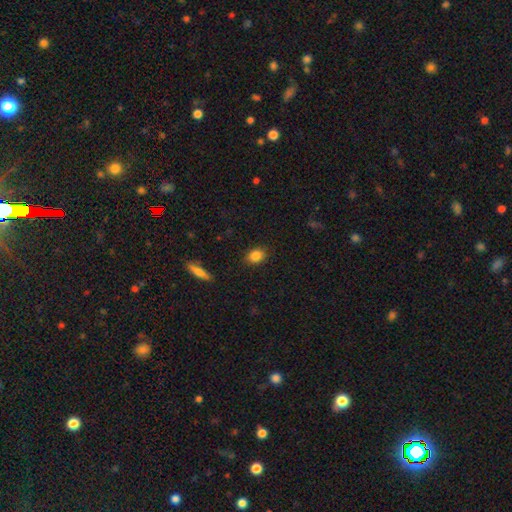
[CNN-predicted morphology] Q: Smooth or featured?
A: smooth (85%); runner-up: star or artifact (9%)
Q: How rounded?
A: in between (60%); runner-up: round (38%)
Q: Merging?
A: none (85%); runner-up: minor disturbance (11%)